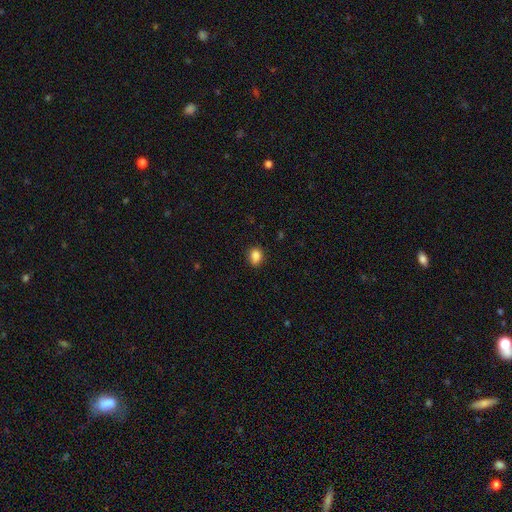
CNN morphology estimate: smooth_or_featured: smooth (p=0.85) [alt: star or artifact p=0.10]
how_rounded: round (p=0.51) [alt: in between p=0.48]
merging: none (p=0.76) [alt: minor disturbance p=0.18]